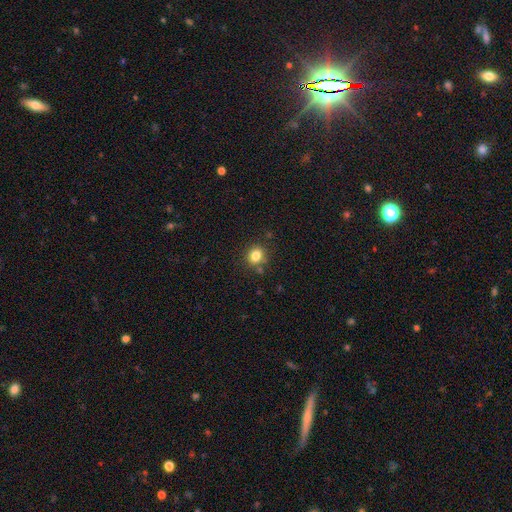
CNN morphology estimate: Overall: smooth (82%). How rounded: round (68%; in between 31%). Merging: none (79%).